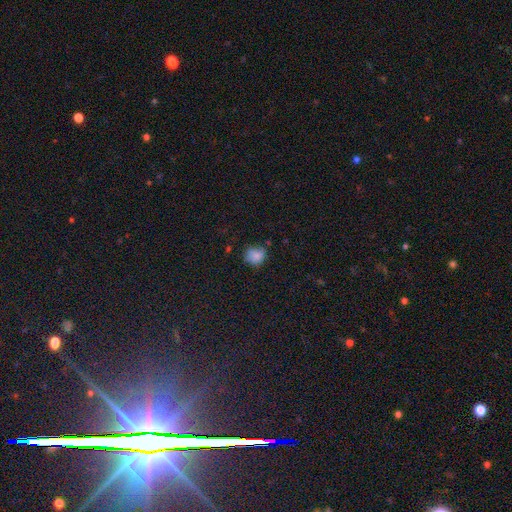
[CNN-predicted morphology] smooth_or_featured: smooth (p=0.81) [alt: star or artifact p=0.11]
how_rounded: round (p=0.72) [alt: in between p=0.27]
merging: none (p=0.58) [alt: minor disturbance p=0.30]